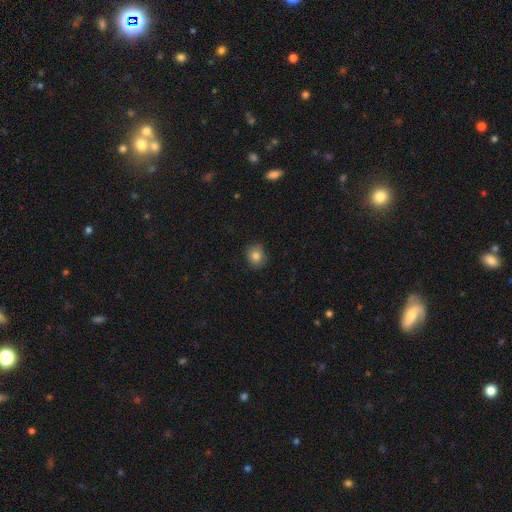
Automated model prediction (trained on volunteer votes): Morphology: type=smooth (83%); roundness=round (78%); merging=none (85%).